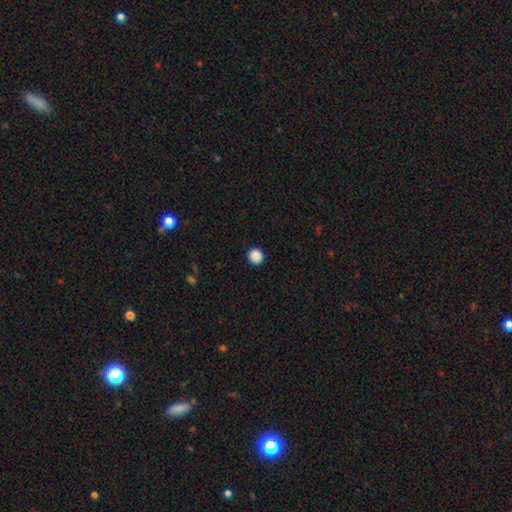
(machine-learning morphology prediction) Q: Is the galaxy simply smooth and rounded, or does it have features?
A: smooth — 88%.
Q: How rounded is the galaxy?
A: round — 93%.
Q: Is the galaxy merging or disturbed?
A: none — 93%.